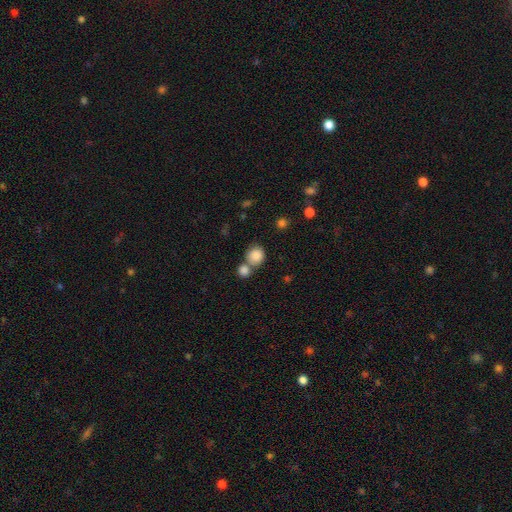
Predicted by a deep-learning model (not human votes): Q: Smooth or featured?
A: smooth (85%); runner-up: star or artifact (9%)
Q: How rounded?
A: round (83%); runner-up: in between (16%)
Q: Merging?
A: none (52%); runner-up: merger (36%)